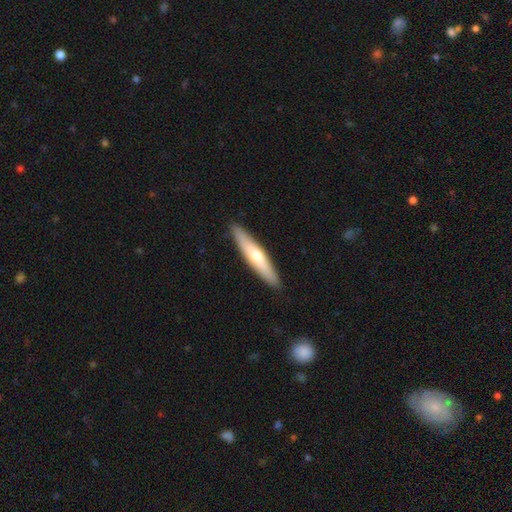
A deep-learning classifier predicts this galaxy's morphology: Smooth or featured?
  - smooth: 51% *
  - featured or disk: 43%
  - star or artifact: 5%
How rounded?
  - cigar-shaped: 88% *
  - in between: 10%
  - round: 1%
Merging?
  - none: 91% *
  - minor disturbance: 7%
  - major disturbance: 1%
  - merger: 1%